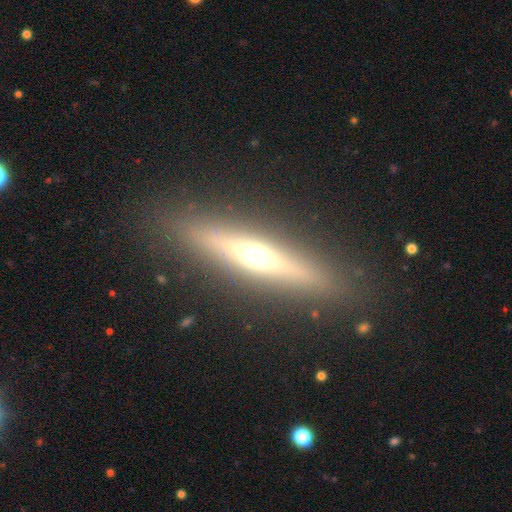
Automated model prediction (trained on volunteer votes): Smooth or featured: featured or disk — 62% (smooth — 29%)
Edge-on disk: yes — 93% (no — 7%)
Edge-on bulge: rounded — 91% (none — 5%)
Merging: none — 89% (minor disturbance — 7%)